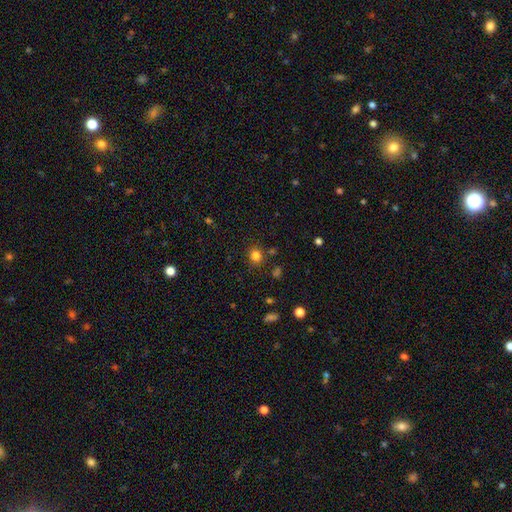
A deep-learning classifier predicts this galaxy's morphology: The model was most divided on "how rounded": round: 80%, in between: 19%, cigar-shaped: 1%. More confident: merging — none (84%); smooth or featured — smooth (81%).